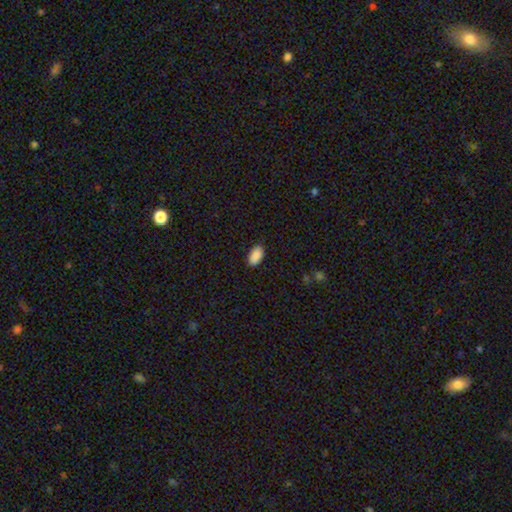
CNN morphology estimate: Smooth or featured? Predicted: smooth (p=0.90). How rounded? Predicted: in between (p=0.94). Merging? Predicted: none (p=0.87).